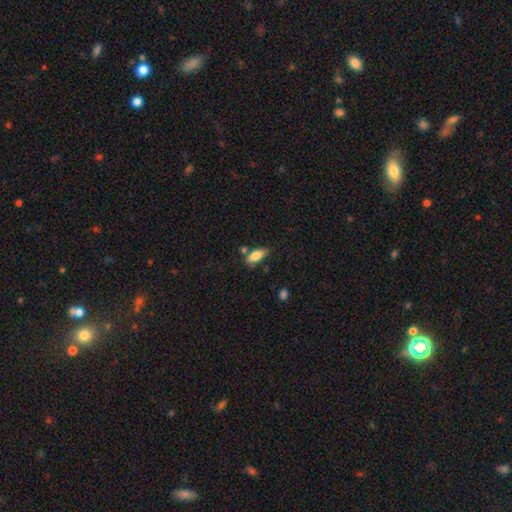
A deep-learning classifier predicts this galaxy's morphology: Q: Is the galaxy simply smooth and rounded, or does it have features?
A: smooth — 80%.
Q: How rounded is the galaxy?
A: in between — 79%.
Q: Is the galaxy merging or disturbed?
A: none — 66%.